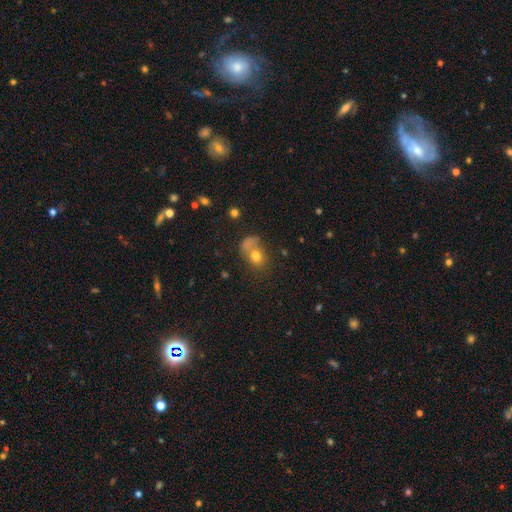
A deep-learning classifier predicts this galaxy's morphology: A smooth galaxy with no disk features (70%) that is round (57%).

Vote fractions:
- Smooth or featured? smooth: 70% / featured or disk: 16% / star or artifact: 14%
- How rounded? round: 57% / in between: 41% / cigar-shaped: 2%
- Merging? none: 36% / merger: 35% / major disturbance: 15% / minor disturbance: 14%